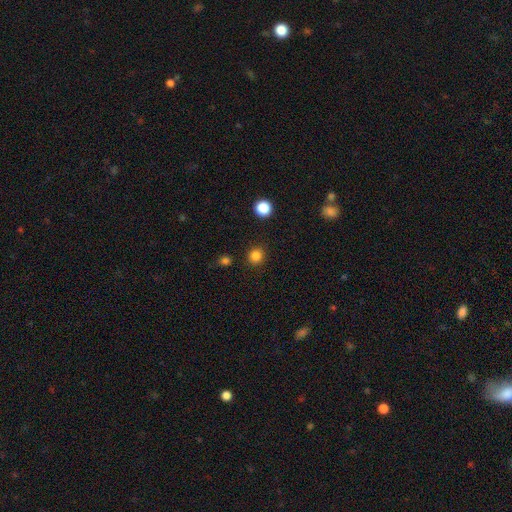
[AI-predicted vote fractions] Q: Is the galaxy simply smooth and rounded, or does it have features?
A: smooth — 83%.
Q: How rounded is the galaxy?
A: round — 92%.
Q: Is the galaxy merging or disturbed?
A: none — 91%.